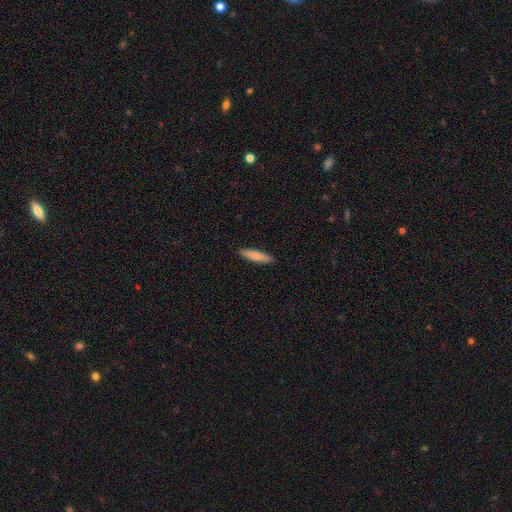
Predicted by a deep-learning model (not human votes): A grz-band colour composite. It shows a smooth galaxy with no disk features (83%) that is cigar-shaped (77%). Merging: none (91%).